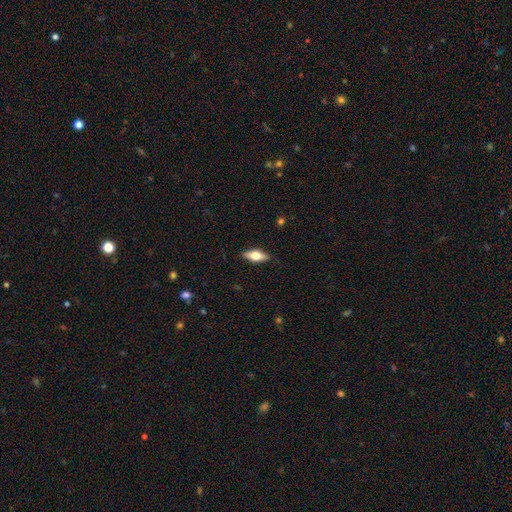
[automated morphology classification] smooth-or-featured: smooth: 55% | featured or disk: 39% | star or artifact: 6%
  how-rounded: in between: 69% | cigar-shaped: 27% | round: 3%
  merging: none: 87% | minor disturbance: 10% | major disturbance: 2% | merger: 1%